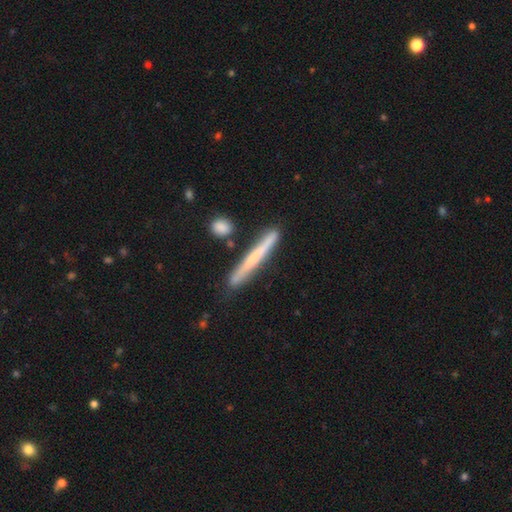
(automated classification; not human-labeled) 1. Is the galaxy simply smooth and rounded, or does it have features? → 49% smooth, 45% featured or disk, 6% star or artifact.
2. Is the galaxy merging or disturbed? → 83% none, 11% minor disturbance, 4% merger, 2% major disturbance.